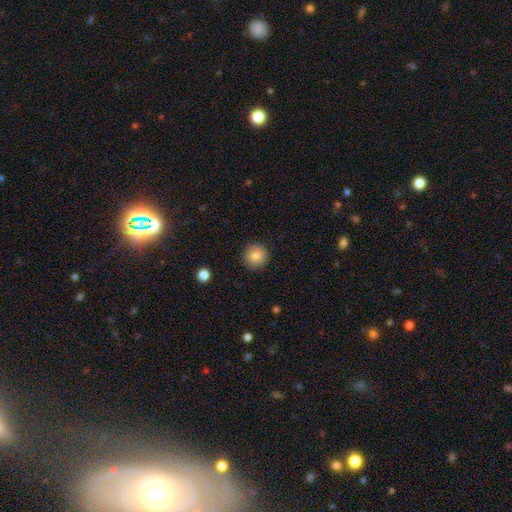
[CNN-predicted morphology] A smooth galaxy with no disk features (83%) that is round (95%). Merging: none (91%).